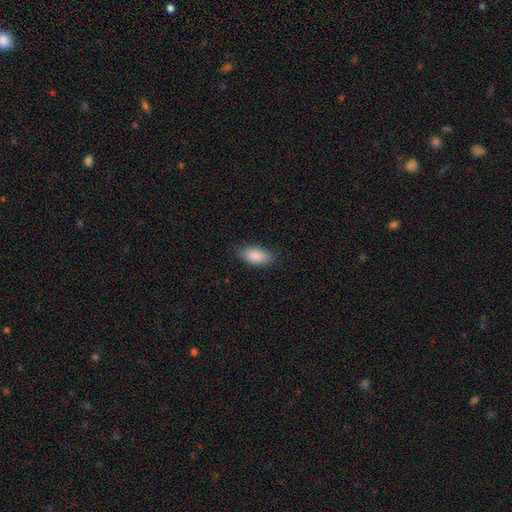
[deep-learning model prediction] Smooth or featured: smooth — 89% (star or artifact — 6%)
How rounded: in between — 92% (cigar-shaped — 6%)
Merging: none — 85% (minor disturbance — 12%)